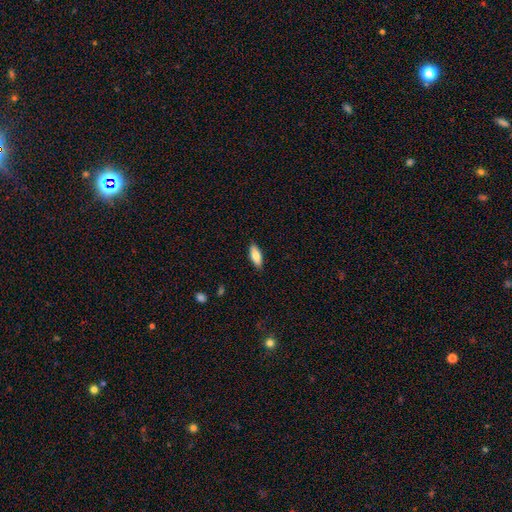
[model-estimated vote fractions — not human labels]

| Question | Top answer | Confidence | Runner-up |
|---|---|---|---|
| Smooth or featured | smooth | 78% | featured or disk (15%) |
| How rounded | in between | 79% | cigar-shaped (19%) |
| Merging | none | 88% | minor disturbance (10%) |